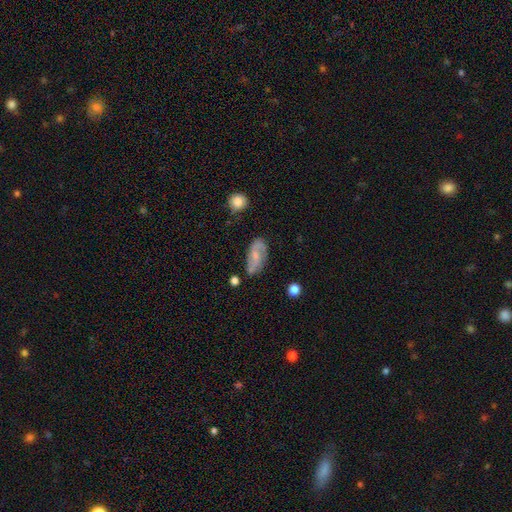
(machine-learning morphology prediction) smooth-or-featured: featured or disk: 61% | smooth: 31% | star or artifact: 7%
  disk-edge-on: no: 94% | yes: 6%
    bar: no: 48% | weak: 41% | strong: 11%
    has-spiral-arms: yes: 86% | no: 14%
    bulge-size: small: 53% | moderate: 36% | none: 8% | large: 2% | dominant: 1%
  merging: none: 69% | minor disturbance: 21% | major disturbance: 6% | merger: 4%